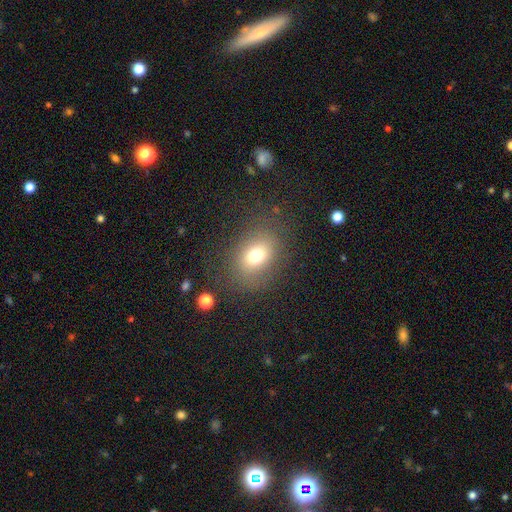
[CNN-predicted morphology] This is likely a smooth galaxy (72%). How rounded: possibly in between (60%). Merging: likely none (79%).